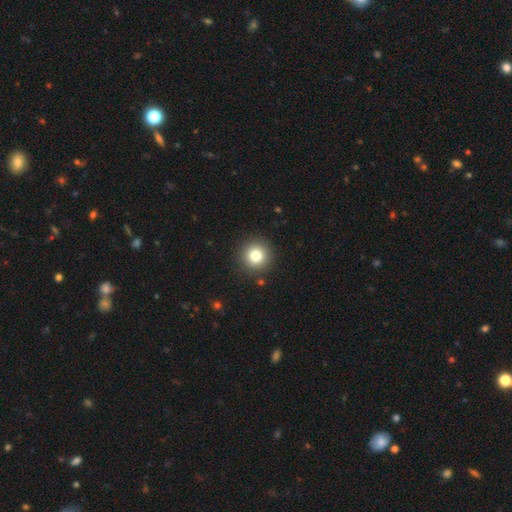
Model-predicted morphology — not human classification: Smooth or featured? smooth (80%)
How rounded? round (95%)
Merging? none (91%)